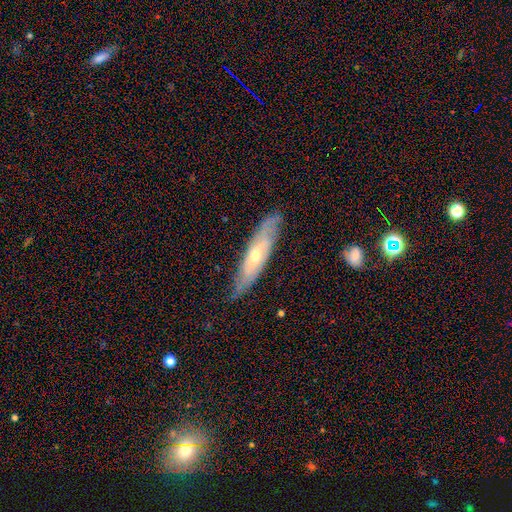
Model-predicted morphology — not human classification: The model was most divided on "edge-on disk": no: 58%, yes: 42%. More confident: merging — none (78%); smooth or featured — featured or disk (65%).